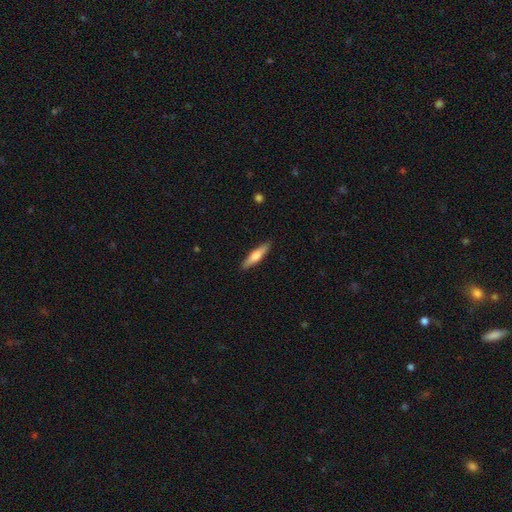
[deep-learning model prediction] smooth 60%, featured or disk 35%, star or artifact 5%. Down the decision tree: how rounded — cigar-shaped (81%); merging — none (90%).